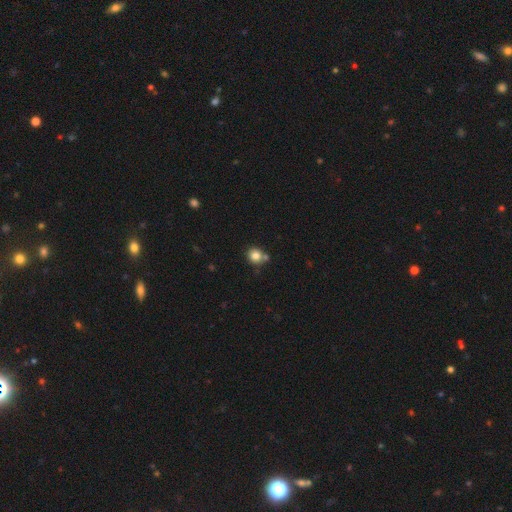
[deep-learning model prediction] Smooth or featured? smooth (82%)
How rounded? round (85%)
Merging? none (68%)